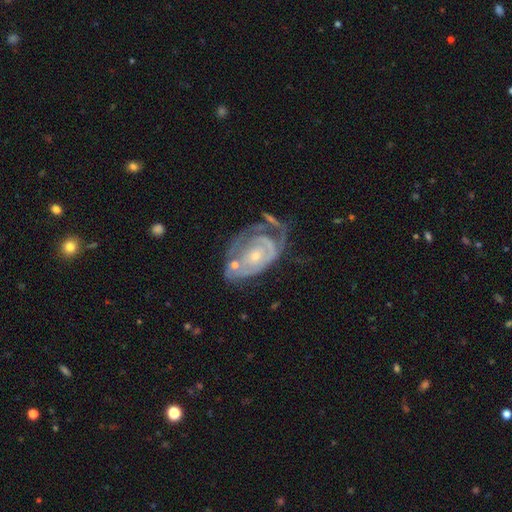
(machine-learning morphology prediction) type=featured or disk (80%); edge-on=no (96%); bar=no (77%); spiral arms=yes (79%); winding=tight (65%); arm count=can't tell (42%); bulge=small (62%); merging=none (33%).